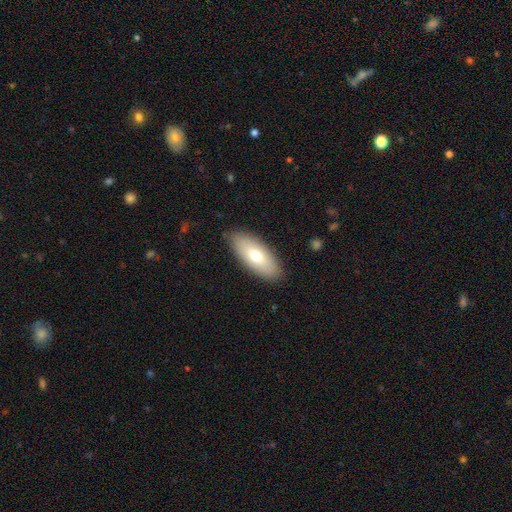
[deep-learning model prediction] Smooth or featured?
  - smooth: 72% *
  - featured or disk: 22%
  - star or artifact: 6%
How rounded?
  - in between: 82% *
  - cigar-shaped: 16%
  - round: 2%
Merging?
  - none: 87% *
  - minor disturbance: 10%
  - major disturbance: 2%
  - merger: 1%